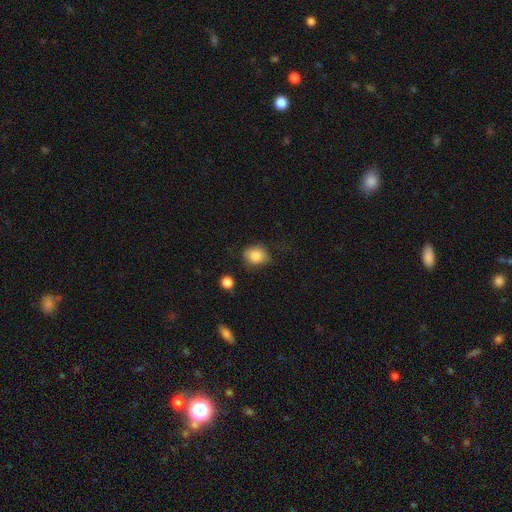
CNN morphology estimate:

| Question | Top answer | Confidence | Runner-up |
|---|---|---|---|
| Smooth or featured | smooth | 85% | star or artifact (9%) |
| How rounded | round | 62% | in between (37%) |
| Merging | none | 68% | minor disturbance (23%) |